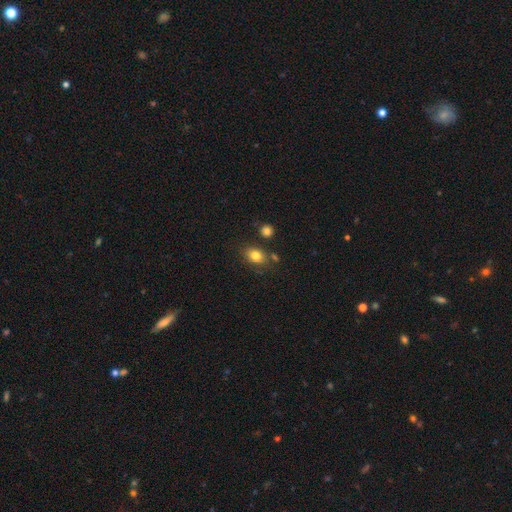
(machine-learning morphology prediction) The model was most divided on "how rounded": in between: 70%, round: 29%, cigar-shaped: 1%. More confident: smooth or featured — smooth (81%); merging — none (73%).